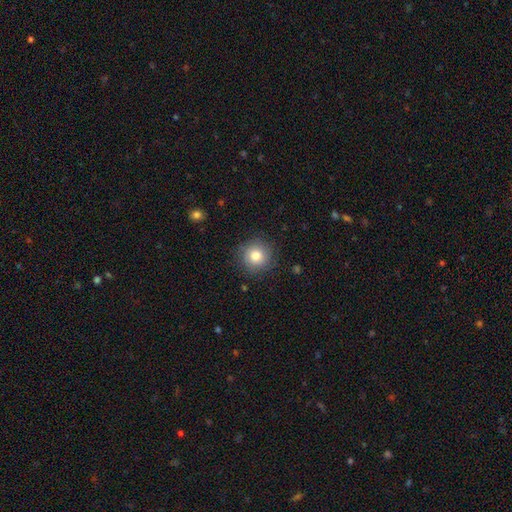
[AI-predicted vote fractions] Smooth or featured: smooth — 79% (featured or disk — 11%)
How rounded: round — 93% (in between — 6%)
Merging: none — 85% (minor disturbance — 11%)